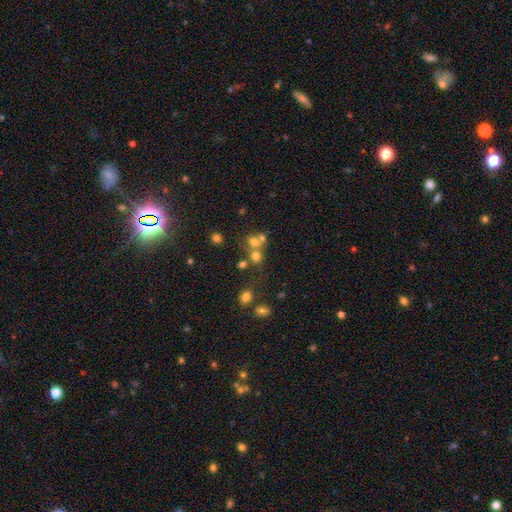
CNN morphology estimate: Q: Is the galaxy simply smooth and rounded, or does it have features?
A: smooth — 64%.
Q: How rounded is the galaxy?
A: round — 80%.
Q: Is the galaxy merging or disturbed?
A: merger — 45%.